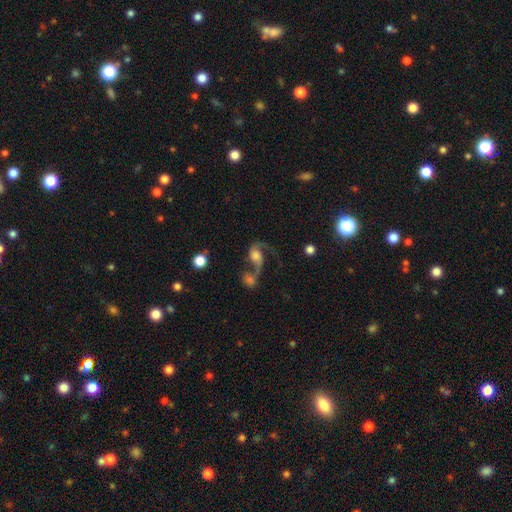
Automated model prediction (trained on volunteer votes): This appears to be a featured or disk galaxy (74%) with no bar (63%), 2 (78%) loose (70%) spiral arms (92%) and a large central bulge (34%). Merging: merger (51%).